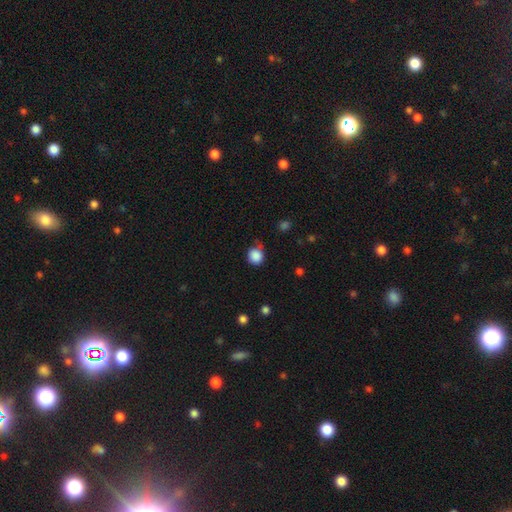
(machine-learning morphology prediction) A smooth galaxy with no disk features (87%) that is round (89%). Merging: none (65%).